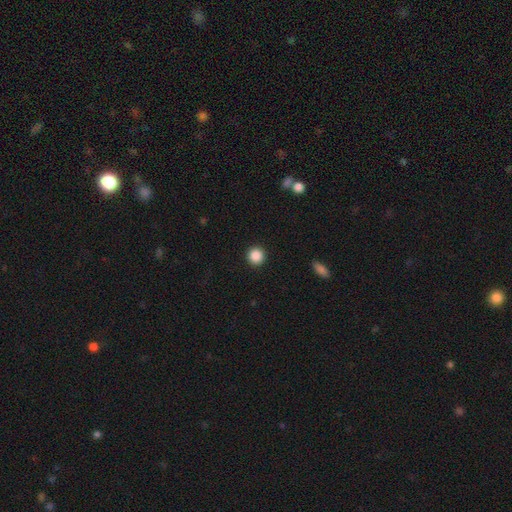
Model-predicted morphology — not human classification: This is clearly a smooth galaxy (88%). How rounded: clearly round (95%). Merging: clearly none (93%).